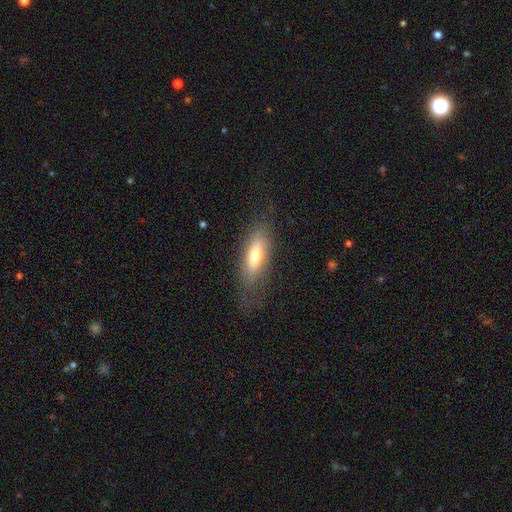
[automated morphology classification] type=smooth (62%); roundness=in between (59%); merging=none (73%).